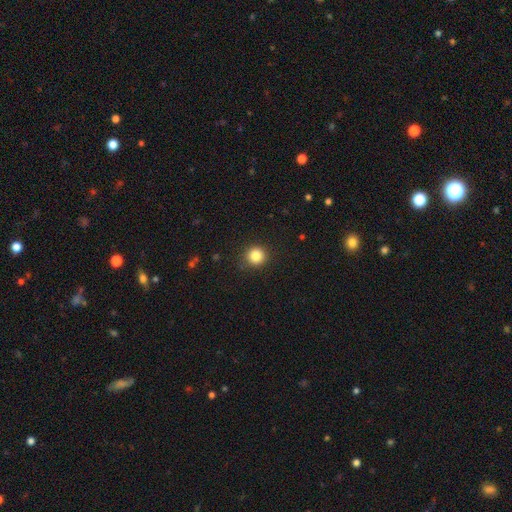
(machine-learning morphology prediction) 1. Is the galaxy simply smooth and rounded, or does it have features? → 85% smooth, 11% star or artifact, 5% featured or disk.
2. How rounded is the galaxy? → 93% round, 6% in between, 1% cigar-shaped.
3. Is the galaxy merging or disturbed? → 89% none, 8% minor disturbance, 2% major disturbance, 1% merger.